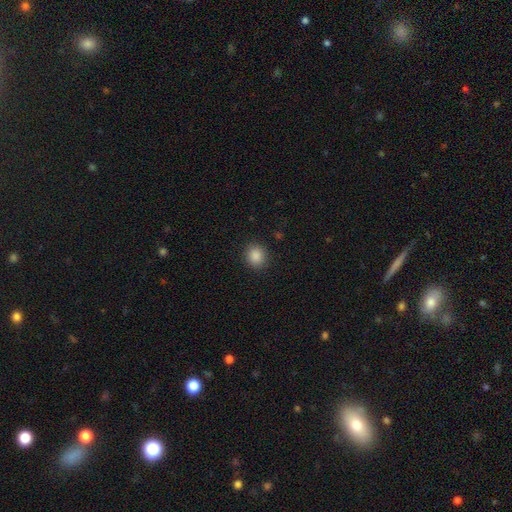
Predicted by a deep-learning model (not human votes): Smooth or featured: smooth — 87% (star or artifact — 9%)
How rounded: round — 78% (in between — 21%)
Merging: none — 89% (minor disturbance — 7%)